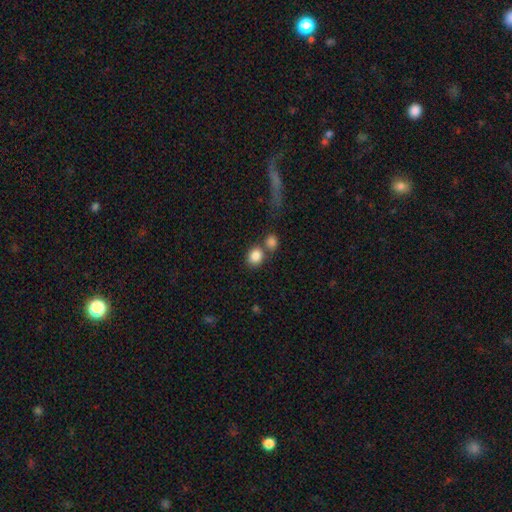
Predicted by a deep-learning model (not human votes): This is clearly a smooth galaxy (85%). How rounded: likely round (62%). Merging: possibly none (56%).